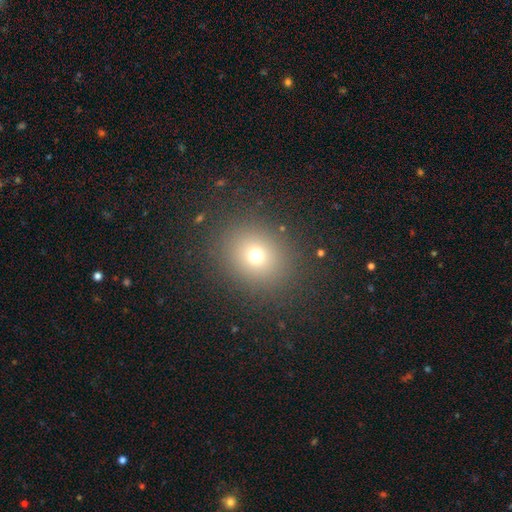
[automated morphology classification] This appears to be a smooth galaxy with no disk features (69%) that is round (74%). Merging: none (86%).